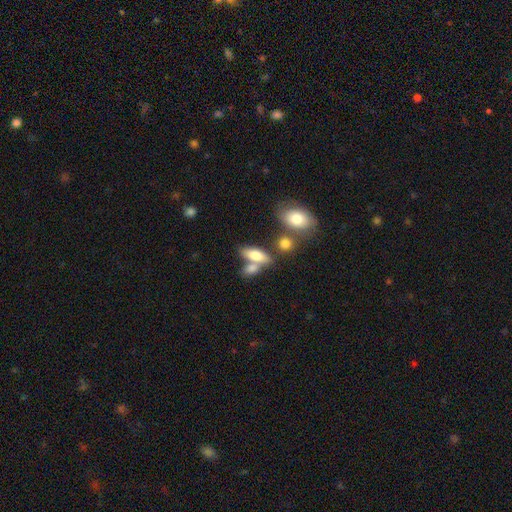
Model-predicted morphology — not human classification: A smooth galaxy with no disk features (73%) that is in between round and cigar-shaped (73%). Merging: none (43%).